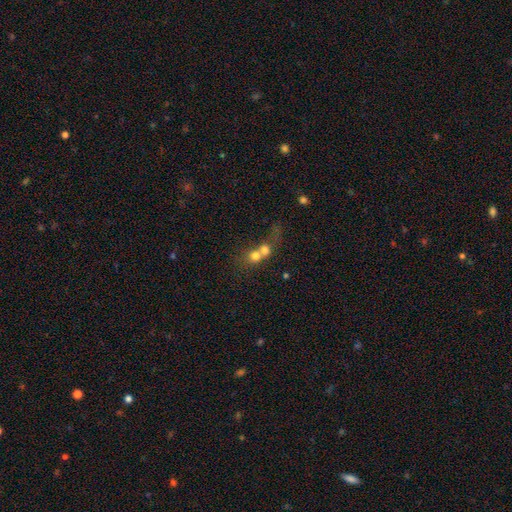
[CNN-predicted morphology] smooth 68%, featured or disk 20%, star or artifact 12%. Down the decision tree: how rounded — round (78%); merging — merger (72%).